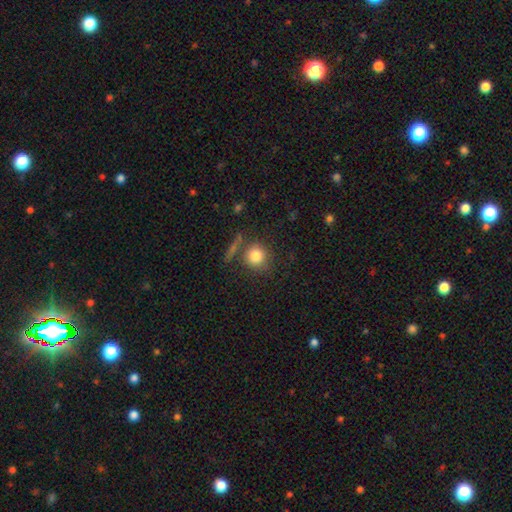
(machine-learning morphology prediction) smooth_or_featured: smooth (p=0.81) [alt: star or artifact p=0.10]
how_rounded: round (p=0.90) [alt: in between p=0.08]
merging: none (p=0.72) [alt: minor disturbance p=0.12]